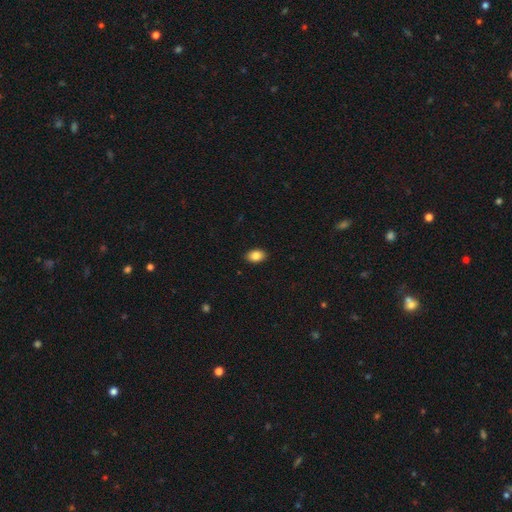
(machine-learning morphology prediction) Smooth or featured? Predicted: smooth (p=0.86). How rounded? Predicted: in between (p=0.85). Merging? Predicted: none (p=0.90).